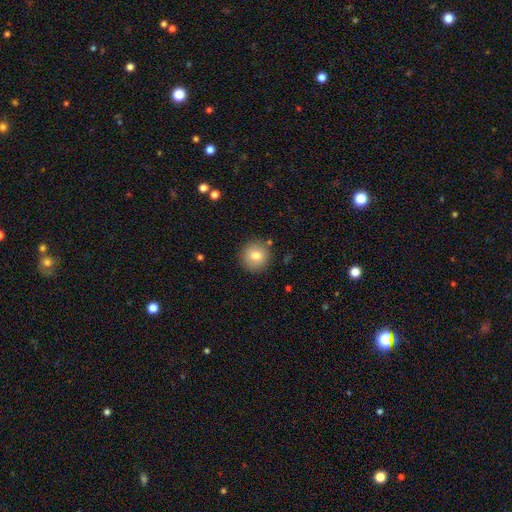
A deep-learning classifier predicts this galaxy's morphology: smooth_or_featured: smooth (p=0.80) [alt: featured or disk p=0.11]
how_rounded: round (p=0.93) [alt: in between p=0.06]
merging: none (p=0.87) [alt: minor disturbance p=0.08]